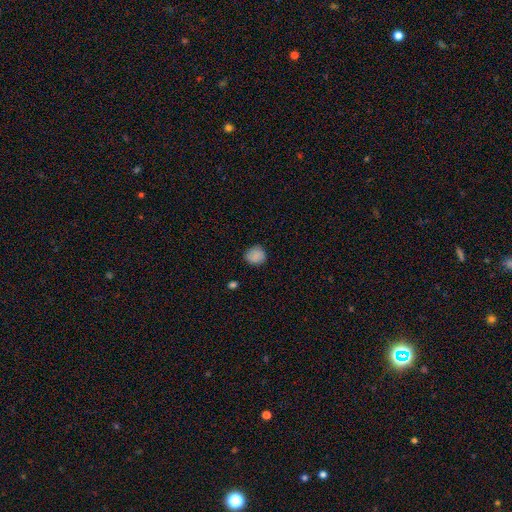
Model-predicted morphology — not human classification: A smooth galaxy with no disk features (85%) that is round (81%).

Vote fractions:
- Smooth or featured? smooth: 85% / star or artifact: 9% / featured or disk: 6%
- How rounded? round: 81% / in between: 18% / cigar-shaped: 1%
- Merging? none: 83% / minor disturbance: 13% / major disturbance: 3% / merger: 1%